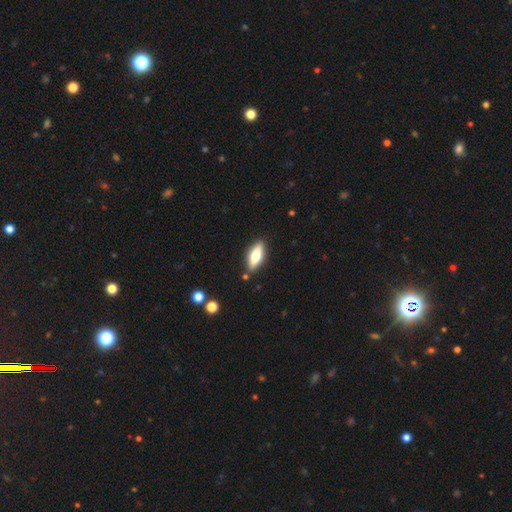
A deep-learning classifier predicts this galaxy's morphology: This appears to be a smooth galaxy with no disk features (66%) that is in between round and cigar-shaped (70%). Merging: none (87%).